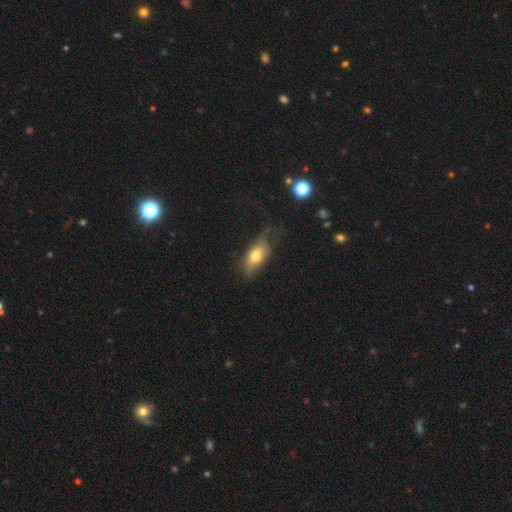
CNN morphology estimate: Smooth or featured? smooth (69%)
How rounded? in between (85%)
Merging? none (48%)